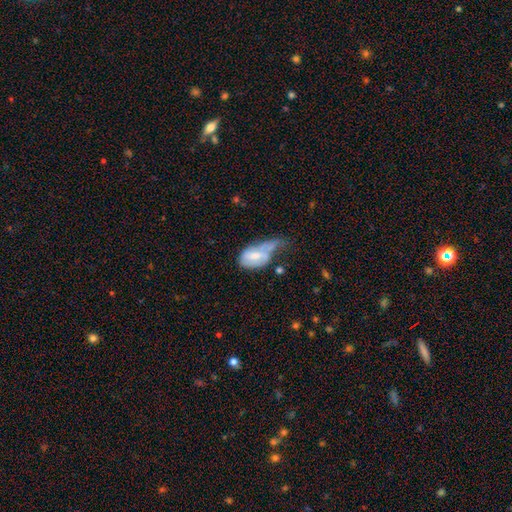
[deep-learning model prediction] This appears to be a smooth galaxy with no disk features (55%) that is in between round and cigar-shaped (89%). Merging: major disturbance (43%).